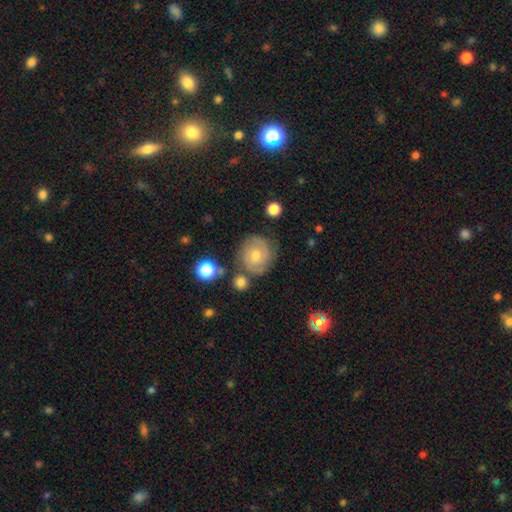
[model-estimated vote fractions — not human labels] smooth_or_featured: featured or disk (p=0.66) [alt: smooth p=0.25]
disk_edge_on: no (p=0.97) [alt: yes p=0.03]
bar: no (p=0.72) [alt: weak p=0.24]
has_spiral_arms: yes (p=0.88) [alt: no p=0.12]
spiral_winding: tight (p=0.63) [alt: medium p=0.29]
spiral_arm_count: 2 (p=0.68) [alt: can't tell p=0.18]
bulge_size: moderate (p=0.58) [alt: small p=0.37]
merging: none (p=0.76) [alt: minor disturbance p=0.14]